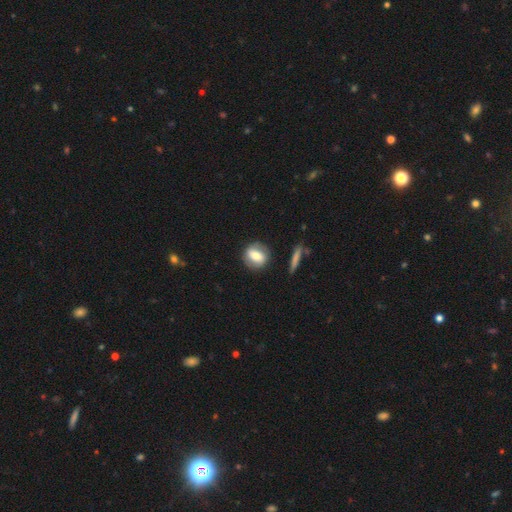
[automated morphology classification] Overall: smooth (51%; featured or disk 42%). How rounded: round (68%; in between 30%). Merging: none (82%).